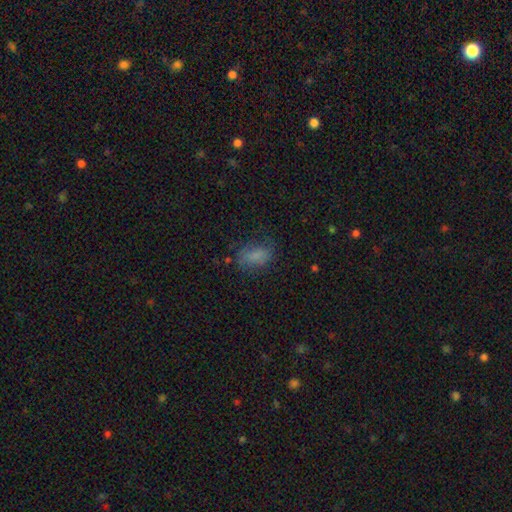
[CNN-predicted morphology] This is likely a smooth galaxy (77%). How rounded: clearly in between (88%). Merging: likely none (62%).